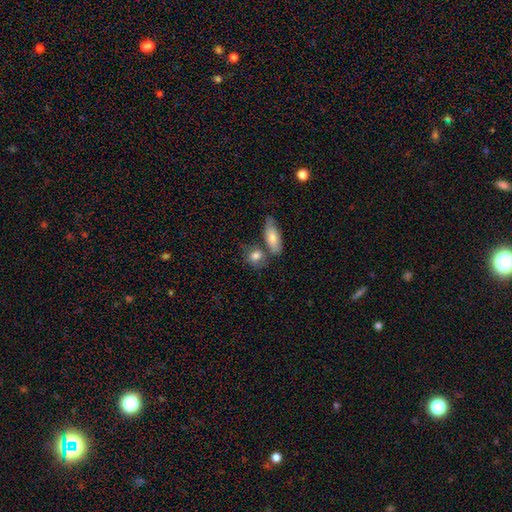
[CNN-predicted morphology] smooth_or_featured: smooth (p=0.78) [alt: featured or disk p=0.15]
how_rounded: in between (p=0.64) [alt: round p=0.29]
merging: none (p=0.46) [alt: merger p=0.36]